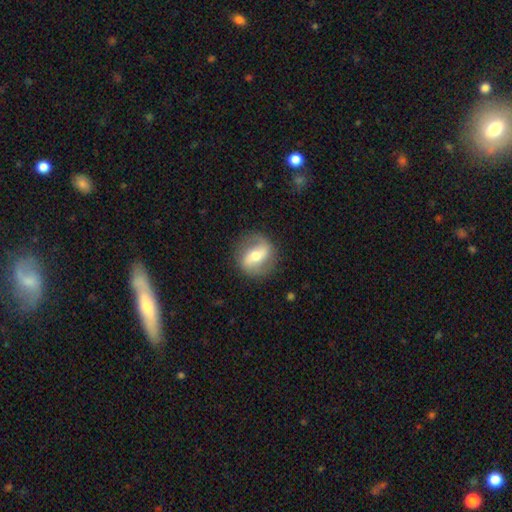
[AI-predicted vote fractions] Q: Smooth or featured?
A: featured or disk (66%); runner-up: smooth (27%)
Q: Edge-on disk?
A: no (91%); runner-up: yes (9%)
Q: Bar?
A: strong (47%); runner-up: weak (34%)
Q: Spiral arms?
A: yes (70%); runner-up: no (30%)
Q: Bulge size?
A: moderate (68%); runner-up: small (22%)
Q: Merging?
A: none (83%); runner-up: minor disturbance (11%)